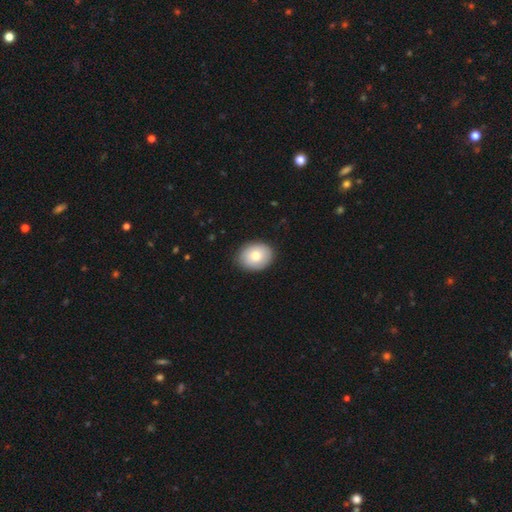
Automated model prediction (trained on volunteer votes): smooth 77%, featured or disk 16%, star or artifact 7%. Down the decision tree: how rounded — in between (55%); merging — none (85%).